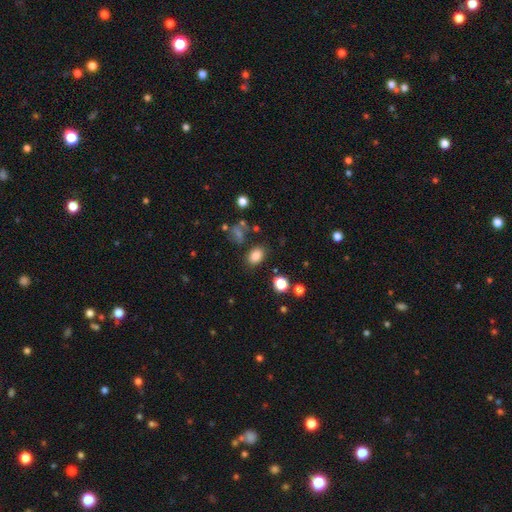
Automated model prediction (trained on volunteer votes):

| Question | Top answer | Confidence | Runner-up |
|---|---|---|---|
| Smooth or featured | smooth | 82% | star or artifact (13%) |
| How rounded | in between | 75% | round (23%) |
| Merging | none | 80% | minor disturbance (11%) |